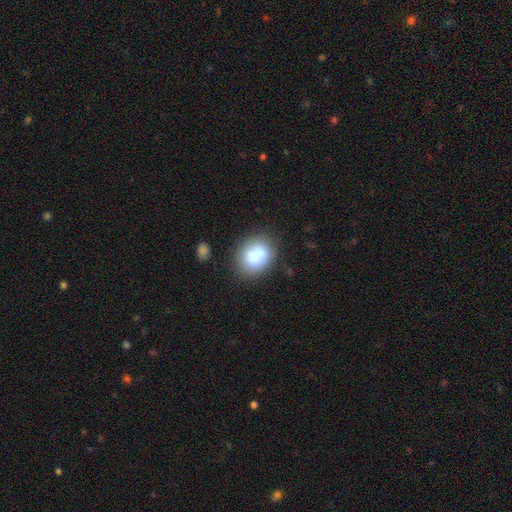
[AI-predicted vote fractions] Morphology: type=smooth (76%); roundness=round (57%); merging=none (55%).